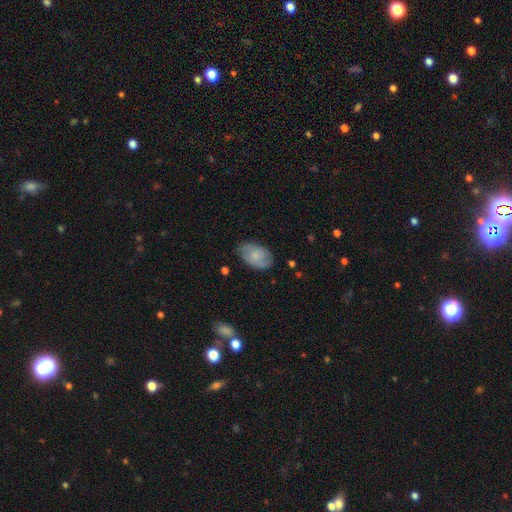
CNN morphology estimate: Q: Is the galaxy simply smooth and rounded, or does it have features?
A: smooth — 60%.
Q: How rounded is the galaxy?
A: in between — 90%.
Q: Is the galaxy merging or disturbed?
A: none — 73%.